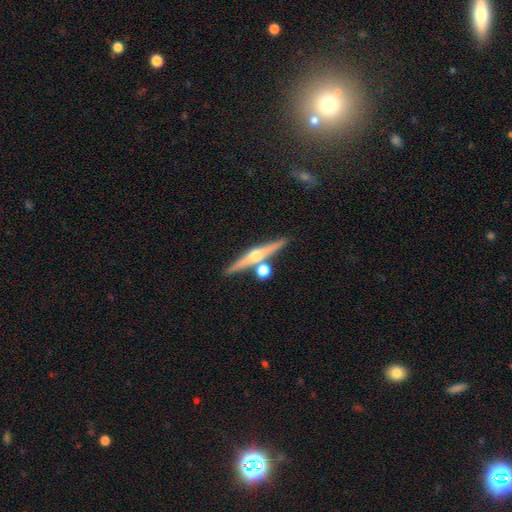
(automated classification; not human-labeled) featured or disk 75%, smooth 18%, star or artifact 6%. Down the decision tree: edge-on disk — yes (97%); edge-on bulge — rounded (94%); merging — none (78%).